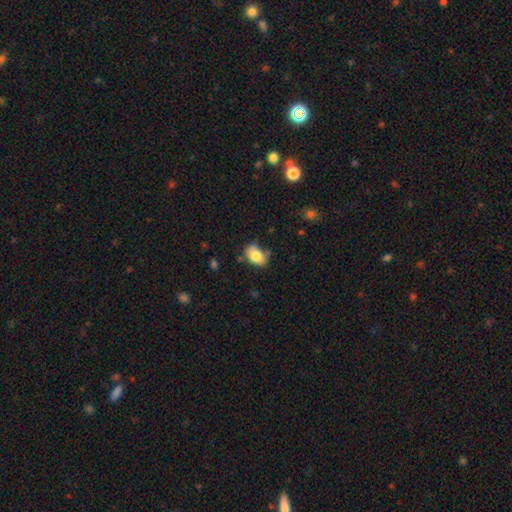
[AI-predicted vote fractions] Q: Smooth or featured?
A: smooth (81%); runner-up: featured or disk (11%)
Q: How rounded?
A: in between (79%); runner-up: round (20%)
Q: Merging?
A: none (60%); runner-up: minor disturbance (28%)